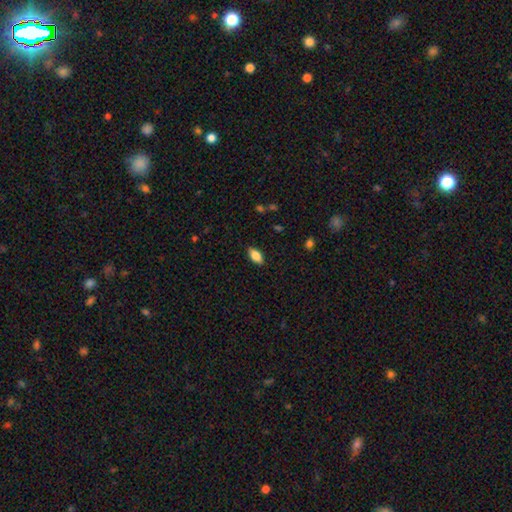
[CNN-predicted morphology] type=smooth (82%); roundness=in between (89%); merging=none (87%).